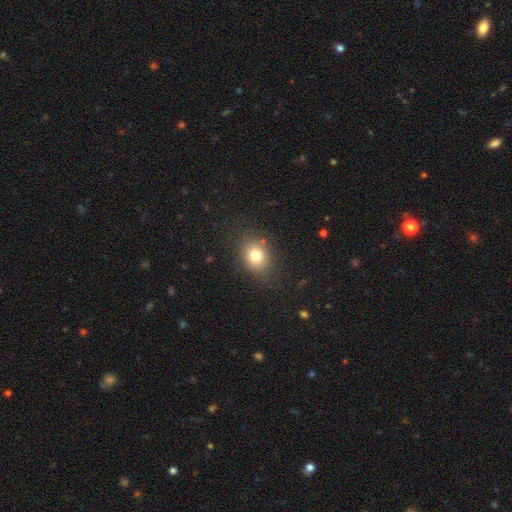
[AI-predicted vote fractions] Smooth or featured?
  - smooth: 79% *
  - star or artifact: 12%
  - featured or disk: 9%
How rounded?
  - in between: 50% *
  - round: 49%
  - cigar-shaped: 1%
Merging?
  - none: 82% *
  - minor disturbance: 12%
  - major disturbance: 4%
  - merger: 2%